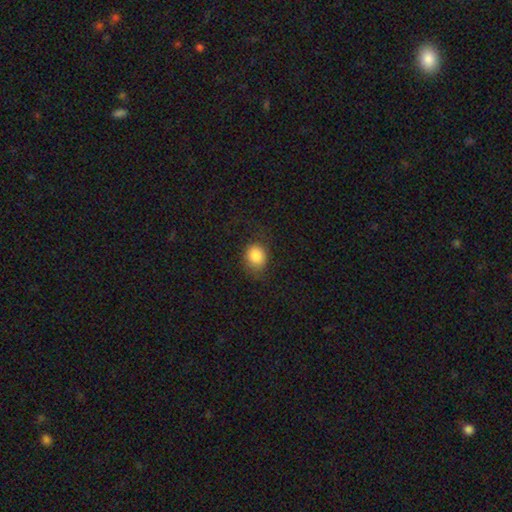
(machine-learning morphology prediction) Smooth or featured? Predicted: smooth (p=0.85). How rounded? Predicted: round (p=0.66). Merging? Predicted: none (p=0.73).